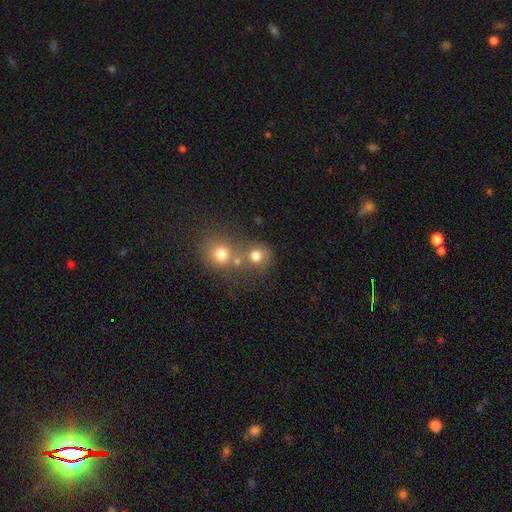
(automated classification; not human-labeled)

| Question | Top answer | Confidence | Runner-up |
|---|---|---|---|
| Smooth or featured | smooth | 75% | star or artifact (14%) |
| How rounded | round | 82% | in between (17%) |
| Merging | none | 47% | merger (40%) |